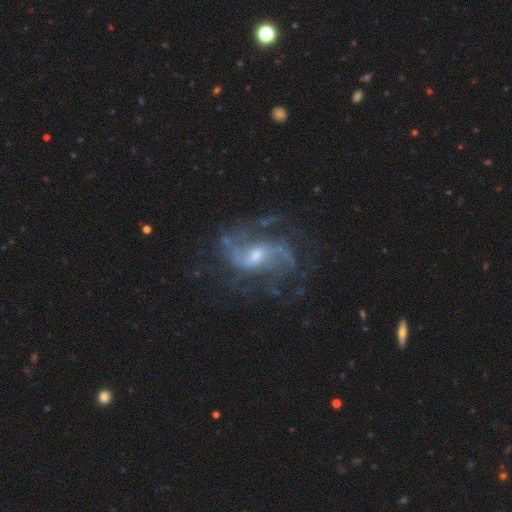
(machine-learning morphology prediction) A featured or disk galaxy (88%) with a weak bar (50%), 2 (69%) loose (45%) spiral arms (96%) and a moderate central bulge (51%).

Vote fractions:
- Smooth or featured? featured or disk: 88% / star or artifact: 7% / smooth: 5%
- Edge-on disk? no: 97% / yes: 3%
- Bar? weak: 50% / no: 35% / strong: 15%
- Spiral arms? yes: 96% / no: 4%
- Spiral winding? loose: 45% / medium: 43% / tight: 12%
- Spiral arm count? 2: 69% / can't tell: 11% / 3: 9% / 1: 4% / 4: 4% / more than 4: 3%
- Bulge size? moderate: 51% / small: 41% / large: 4% / none: 3% / dominant: 1%
- Merging? none: 63% / minor disturbance: 18% / major disturbance: 17% / merger: 2%